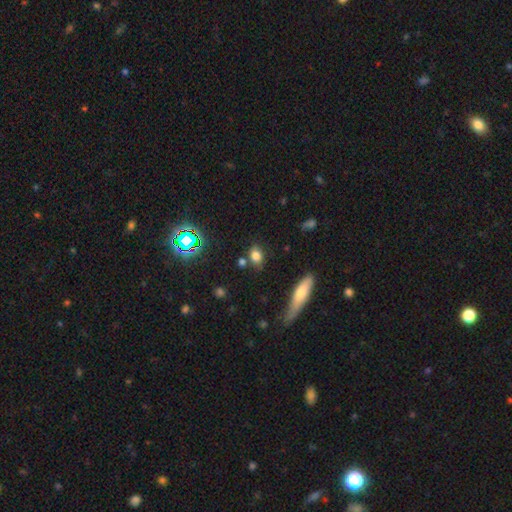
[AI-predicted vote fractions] Q: Smooth or featured?
A: smooth (75%); runner-up: star or artifact (17%)
Q: How rounded?
A: in between (64%); runner-up: round (32%)
Q: Merging?
A: none (73%); runner-up: minor disturbance (14%)